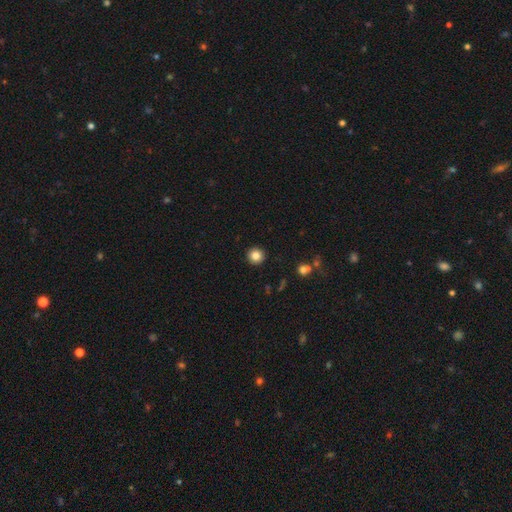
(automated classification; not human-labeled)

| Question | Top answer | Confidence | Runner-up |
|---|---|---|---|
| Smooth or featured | smooth | 84% | star or artifact (10%) |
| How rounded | round | 95% | in between (4%) |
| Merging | none | 93% | minor disturbance (5%) |